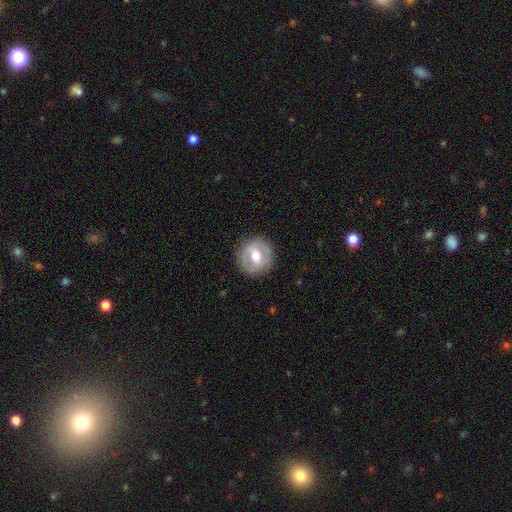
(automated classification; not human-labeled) featured or disk 54%, smooth 40%, star or artifact 6%. Down the decision tree: edge-on disk — no (94%); bar — weak (43%); spiral arms — no (62%); bulge size — moderate (73%); merging — none (87%).